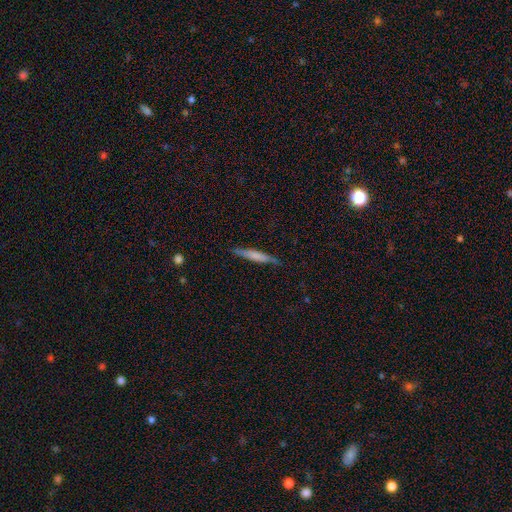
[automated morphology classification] type=smooth (61%); roundness=cigar-shaped (93%); merging=none (84%).